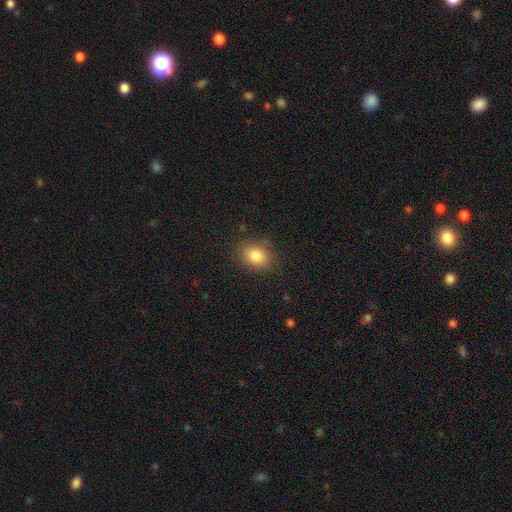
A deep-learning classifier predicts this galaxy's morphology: A smooth galaxy with no disk features (84%) that is in between round and cigar-shaped (51%).

Vote fractions:
- Smooth or featured? smooth: 84% / star or artifact: 10% / featured or disk: 6%
- How rounded? in between: 51% / round: 48% / cigar-shaped: 1%
- Merging? none: 84% / minor disturbance: 11% / major disturbance: 3% / merger: 1%